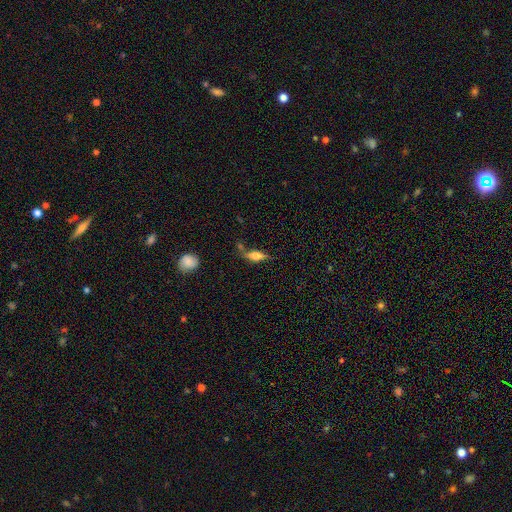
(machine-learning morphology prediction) The model was most divided on "how rounded": in between: 60%, cigar-shaped: 36%, round: 4%. More confident: smooth or featured — smooth (60%); merging — none (57%).